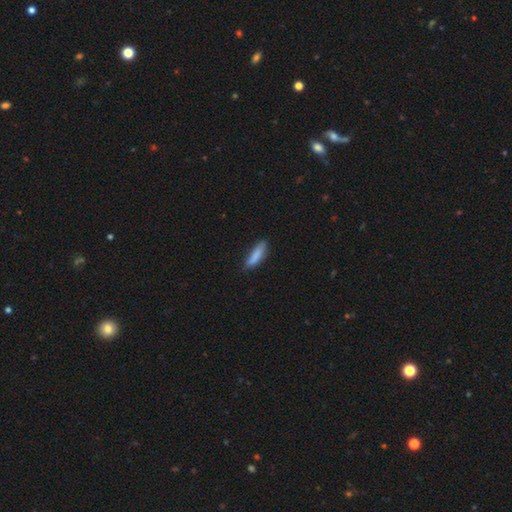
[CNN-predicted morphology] smooth-or-featured: smooth: 84% | featured or disk: 9% | star or artifact: 6%
  how-rounded: cigar-shaped: 70% | in between: 28% | round: 2%
  merging: none: 73% | minor disturbance: 22% | major disturbance: 4% | merger: 2%